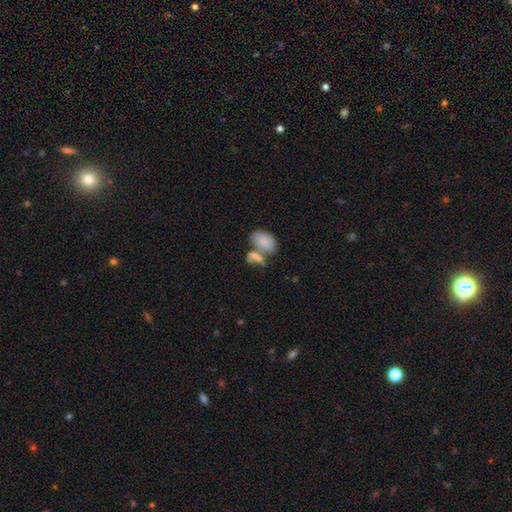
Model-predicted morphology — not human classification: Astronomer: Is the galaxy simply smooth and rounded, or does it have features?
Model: smooth — 74%.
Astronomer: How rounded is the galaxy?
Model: in between — 83%.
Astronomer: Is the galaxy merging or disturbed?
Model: merger — 51% (runner-up: none, 32%).